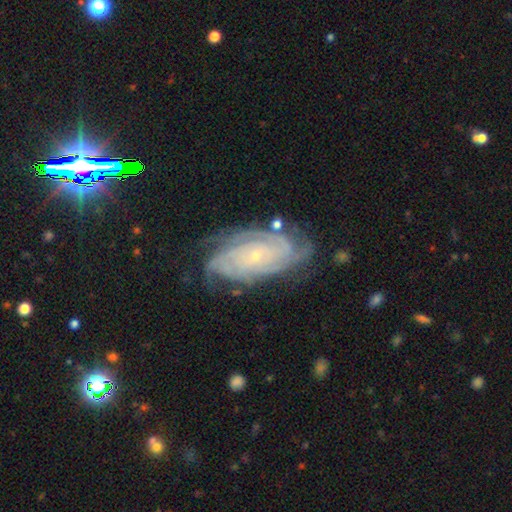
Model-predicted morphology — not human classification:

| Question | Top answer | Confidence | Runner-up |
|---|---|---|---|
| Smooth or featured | featured or disk | 86% | smooth (8%) |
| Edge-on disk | no | 95% | yes (5%) |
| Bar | no | 73% | weak (20%) |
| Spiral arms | yes | 97% | no (3%) |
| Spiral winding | tight | 79% | medium (17%) |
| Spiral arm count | can't tell | 31% | 4 (23%) |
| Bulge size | small | 84% | moderate (12%) |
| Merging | none | 73% | minor disturbance (19%) |